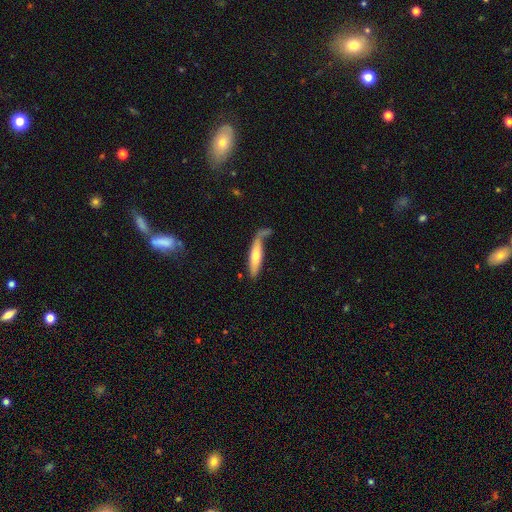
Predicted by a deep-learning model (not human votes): Morphology: type=smooth (59%); roundness=cigar-shaped (74%); merging=none (50%).